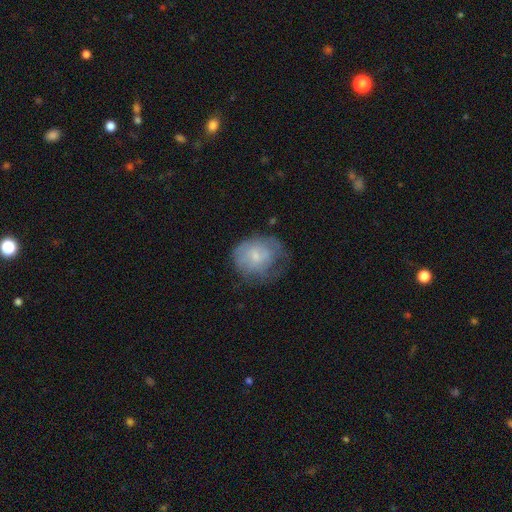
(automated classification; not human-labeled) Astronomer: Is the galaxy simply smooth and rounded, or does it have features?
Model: smooth — 57% (runner-up: featured or disk, 34%).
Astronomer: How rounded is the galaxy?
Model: round — 65%.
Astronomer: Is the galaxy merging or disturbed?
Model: none — 42% (runner-up: minor disturbance, 31%).